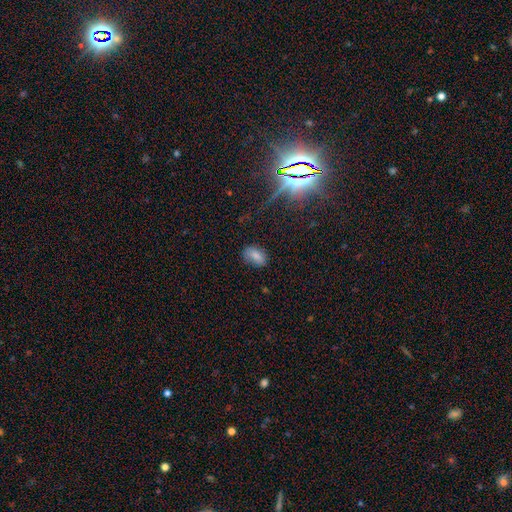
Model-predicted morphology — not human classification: Smooth or featured?
  - smooth: 78% *
  - star or artifact: 13%
  - featured or disk: 10%
How rounded?
  - in between: 88% *
  - round: 9%
  - cigar-shaped: 3%
Merging?
  - none: 78% *
  - minor disturbance: 17%
  - major disturbance: 4%
  - merger: 2%